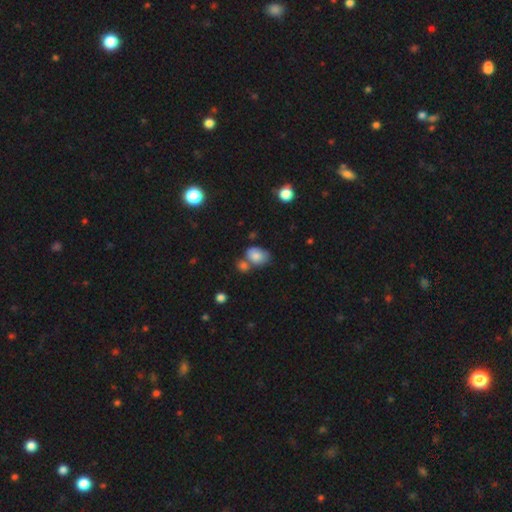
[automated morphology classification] This appears to be a smooth galaxy with no disk features (81%) that is in between round and cigar-shaped (75%). Merging: none (47%).